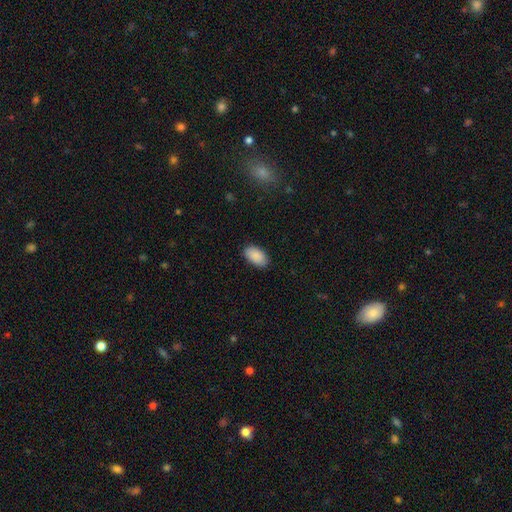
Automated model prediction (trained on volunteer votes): Smooth or featured: smooth — 90% (star or artifact — 7%)
How rounded: in between — 95% (round — 3%)
Merging: none — 86% (minor disturbance — 11%)